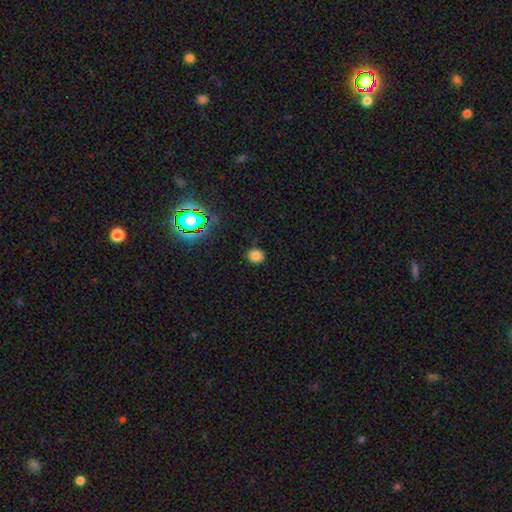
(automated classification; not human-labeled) smooth_or_featured: smooth (p=0.79) [alt: star or artifact p=0.16]
how_rounded: round (p=0.86) [alt: in between p=0.13]
merging: none (p=0.86) [alt: minor disturbance p=0.10]